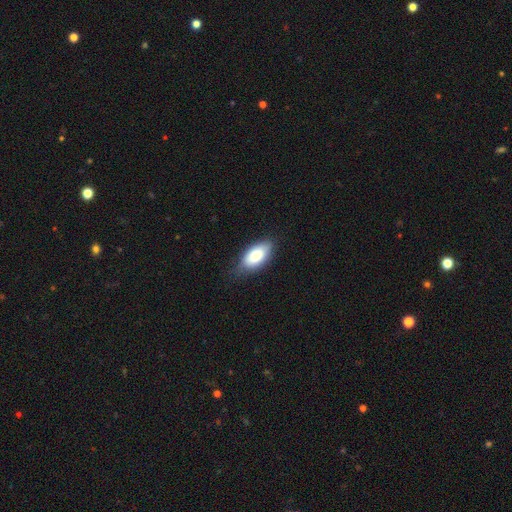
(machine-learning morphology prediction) The model was most divided on "merging": none: 75%, minor disturbance: 20%, major disturbance: 4%, merger: 1%. More confident: how rounded — in between (92%); smooth or featured — smooth (80%).